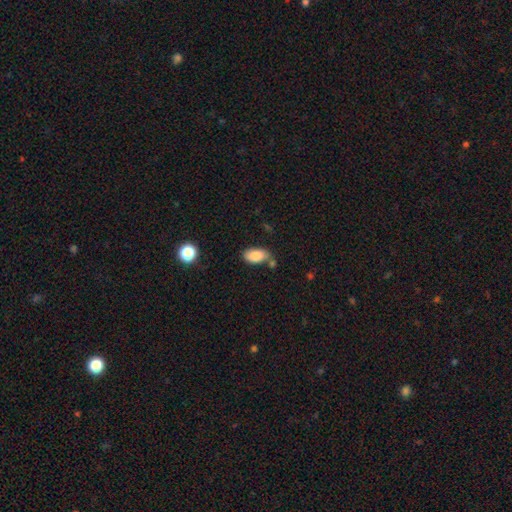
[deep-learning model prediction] Morphology: type=smooth (85%); roundness=in between (93%); merging=none (63%).